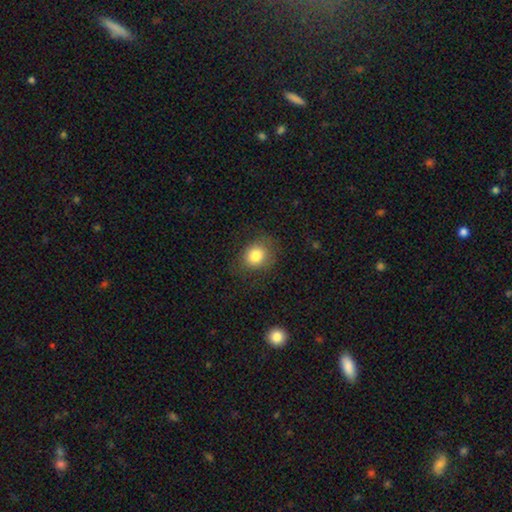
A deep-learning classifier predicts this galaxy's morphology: This is clearly a smooth galaxy (81%). How rounded: likely round (61%). Merging: likely none (76%).